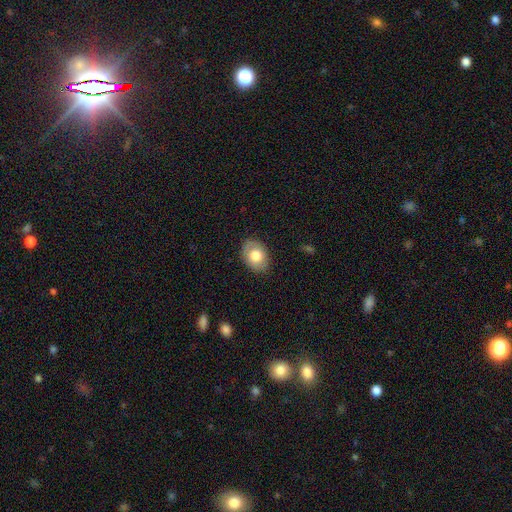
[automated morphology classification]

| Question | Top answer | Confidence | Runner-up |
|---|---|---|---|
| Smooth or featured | smooth | 76% | featured or disk (17%) |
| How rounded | in between | 76% | round (23%) |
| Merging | none | 85% | minor disturbance (12%) |